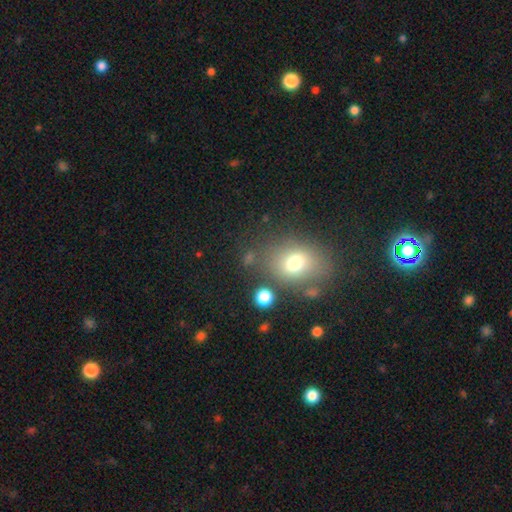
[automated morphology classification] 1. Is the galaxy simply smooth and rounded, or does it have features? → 67% smooth, 20% star or artifact, 13% featured or disk.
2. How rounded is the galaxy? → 52% in between, 46% round, 1% cigar-shaped.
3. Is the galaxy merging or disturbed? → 75% none, 13% minor disturbance, 7% merger, 5% major disturbance.